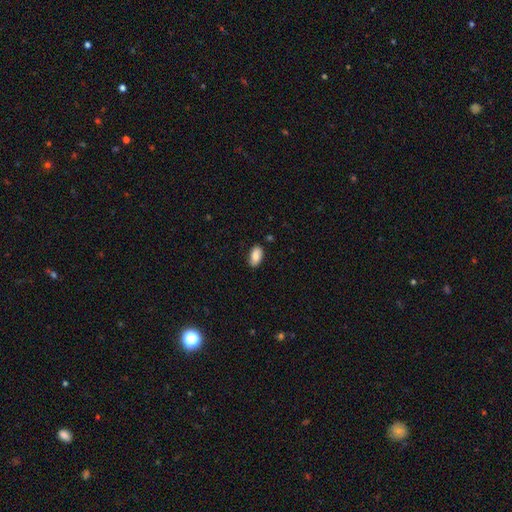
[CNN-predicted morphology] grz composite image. It shows a smooth galaxy with no disk features (84%) that is in between round and cigar-shaped (94%). Merging: none (84%).